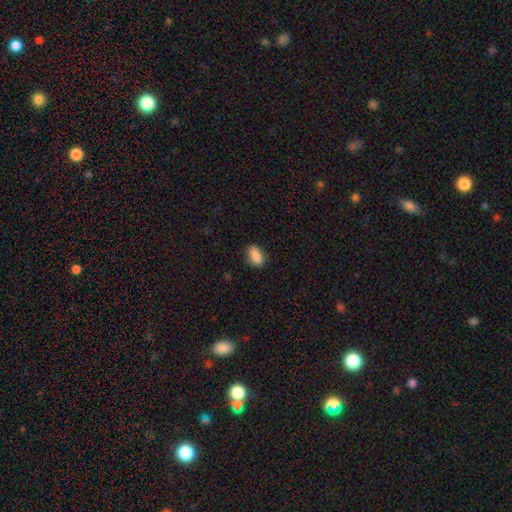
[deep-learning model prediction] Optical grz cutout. It shows a smooth galaxy with no disk features (85%) that is in between round and cigar-shaped (82%). Merging: none (83%).